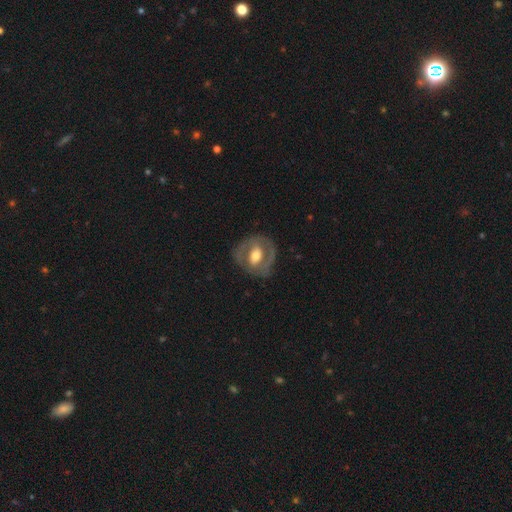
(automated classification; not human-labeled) Morphology: type=featured or disk (65%); edge-on=no (95%); bar=no (40%); spiral arms=no (57%); bulge=moderate (61%); merging=none (76%).